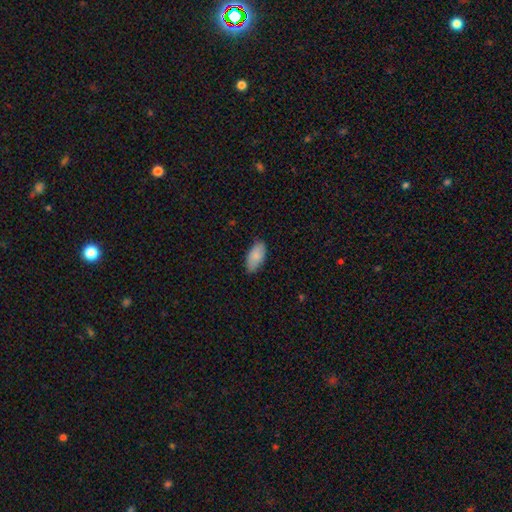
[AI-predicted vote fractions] Smooth or featured?
  - smooth: 85% *
  - featured or disk: 9%
  - star or artifact: 6%
How rounded?
  - in between: 93% *
  - cigar-shaped: 5%
  - round: 2%
Merging?
  - none: 80% *
  - minor disturbance: 17%
  - major disturbance: 3%
  - merger: 1%